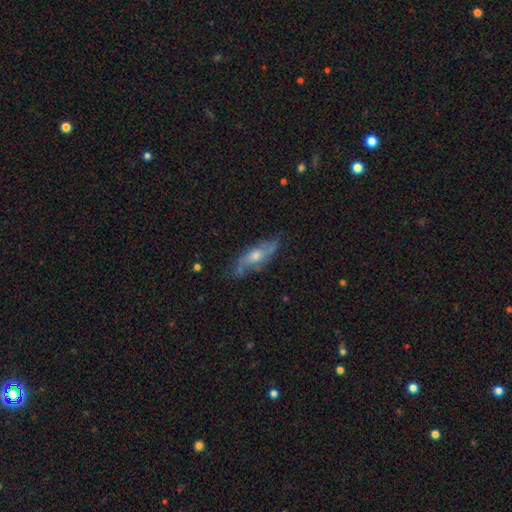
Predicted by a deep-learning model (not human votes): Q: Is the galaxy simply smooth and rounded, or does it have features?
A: featured or disk — 64%.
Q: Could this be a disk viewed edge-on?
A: no — 64%.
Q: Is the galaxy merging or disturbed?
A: none — 71%.